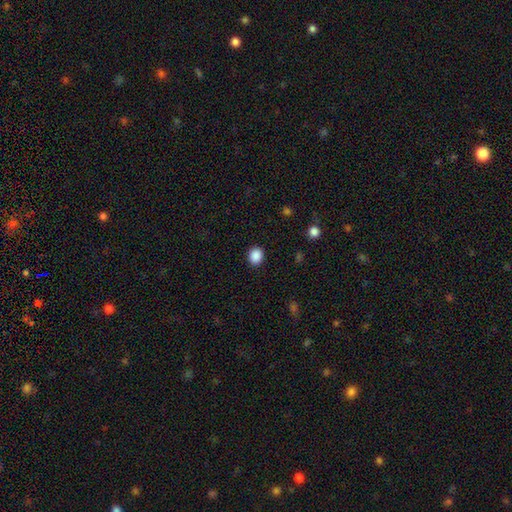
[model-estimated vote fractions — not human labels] Morphology: type=smooth (88%); roundness=round (65%); merging=none (90%).